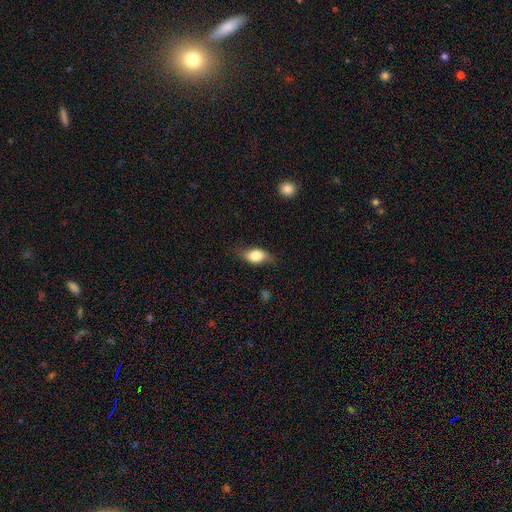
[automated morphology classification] A smooth galaxy with no disk features (76%) that is in between round and cigar-shaped (82%).

Vote fractions:
- Smooth or featured? smooth: 76% / featured or disk: 17% / star or artifact: 7%
- How rounded? in between: 82% / round: 10% / cigar-shaped: 7%
- Merging? none: 74% / minor disturbance: 20% / major disturbance: 5% / merger: 1%